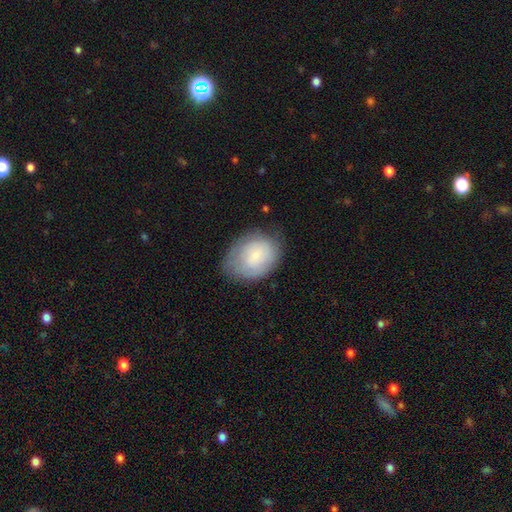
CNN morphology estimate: Q: Smooth or featured?
A: smooth (71%); runner-up: featured or disk (22%)
Q: How rounded?
A: in between (65%); runner-up: round (34%)
Q: Merging?
A: none (64%); runner-up: minor disturbance (26%)